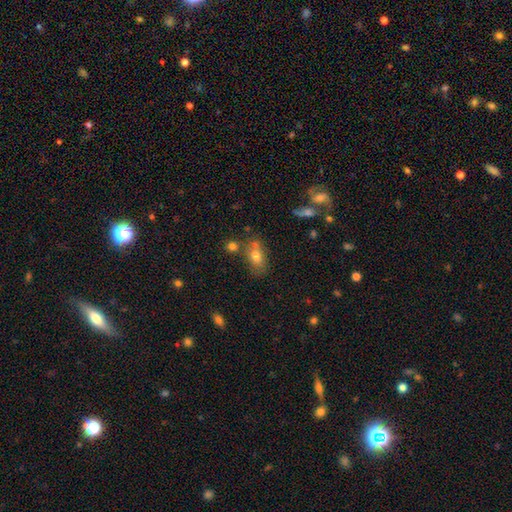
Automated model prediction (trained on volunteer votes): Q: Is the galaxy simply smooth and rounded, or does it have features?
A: smooth — 72%.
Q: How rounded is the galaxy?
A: in between — 79%.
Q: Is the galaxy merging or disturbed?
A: none — 54%.